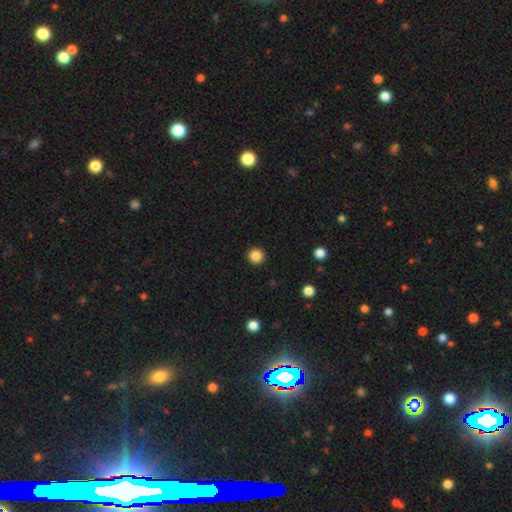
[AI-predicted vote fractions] smooth 86%, star or artifact 11%, featured or disk 4%. Down the decision tree: how rounded — round (95%); merging — none (93%).